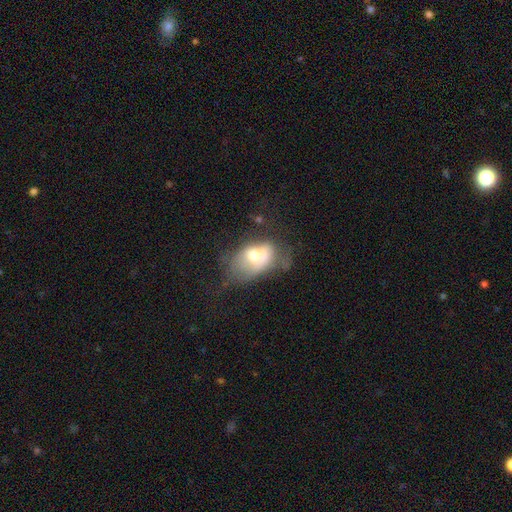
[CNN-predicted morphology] A smooth galaxy with no disk features (61%) that is in between round and cigar-shaped (82%).

Vote fractions:
- Smooth or featured? smooth: 61% / featured or disk: 30% / star or artifact: 10%
- How rounded? in between: 82% / round: 16% / cigar-shaped: 1%
- Merging? major disturbance: 33% / minor disturbance: 31% / none: 29% / merger: 7%